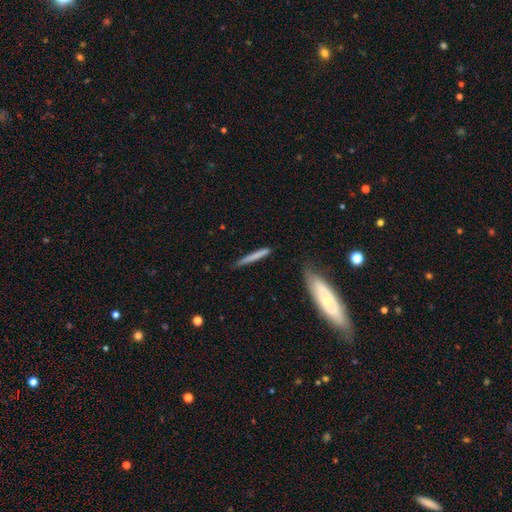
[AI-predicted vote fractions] smooth_or_featured: smooth (p=0.70) [alt: featured or disk p=0.25]
how_rounded: cigar-shaped (p=0.95) [alt: in between p=0.03]
merging: none (p=0.78) [alt: minor disturbance p=0.16]